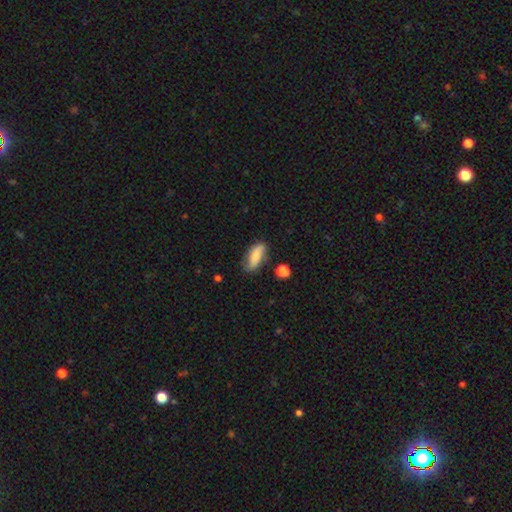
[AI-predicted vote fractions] smooth-or-featured: smooth: 68% | featured or disk: 24% | star or artifact: 8%
  how-rounded: in between: 77% | cigar-shaped: 19% | round: 4%
  merging: none: 68% | minor disturbance: 22% | major disturbance: 5% | merger: 5%